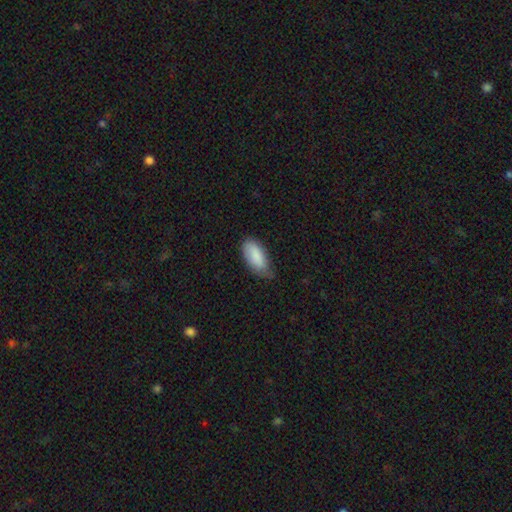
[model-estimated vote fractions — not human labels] smooth-or-featured: smooth: 86% | featured or disk: 8% | star or artifact: 6%
  how-rounded: in between: 91% | cigar-shaped: 7% | round: 2%
  merging: none: 49% | minor disturbance: 41% | major disturbance: 8% | merger: 1%